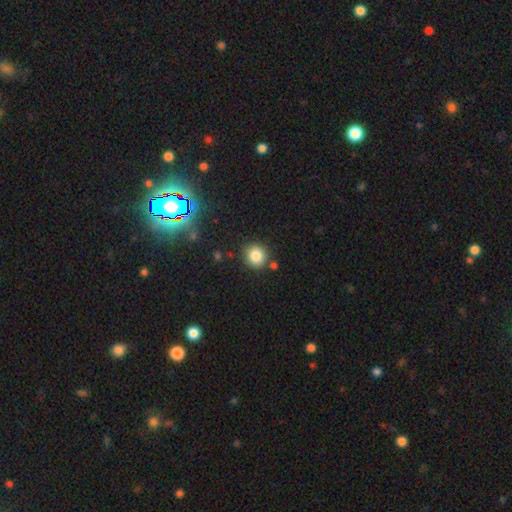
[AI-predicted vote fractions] Smooth or featured? Predicted: smooth (p=0.84). How rounded? Predicted: round (p=0.87). Merging? Predicted: none (p=0.83).